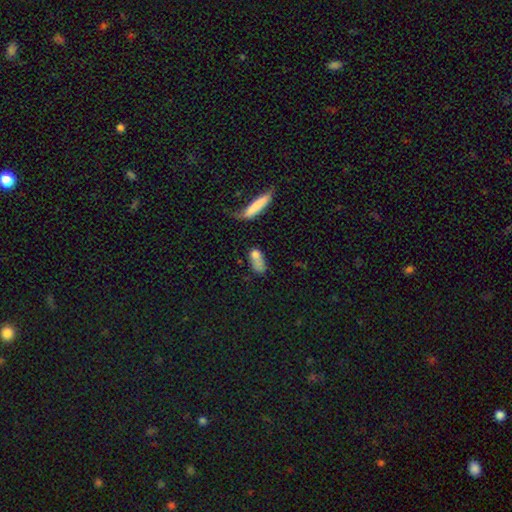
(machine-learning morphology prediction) Smooth or featured? smooth (71%)
How rounded? in between (70%)
Merging? none (33%)